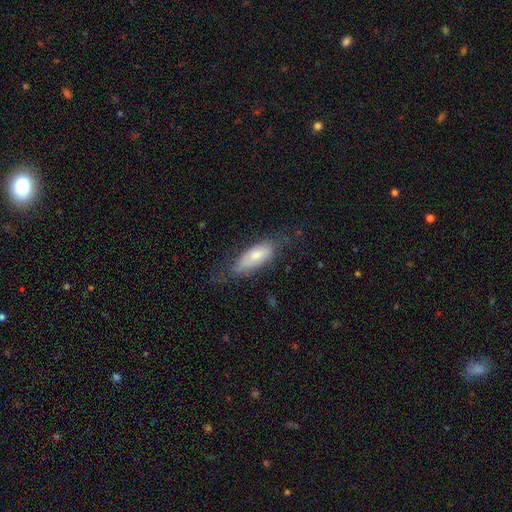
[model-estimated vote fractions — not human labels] Smooth or featured? Predicted: smooth (p=0.67). How rounded? Predicted: in between (p=0.70). Merging? Predicted: none (p=0.58).